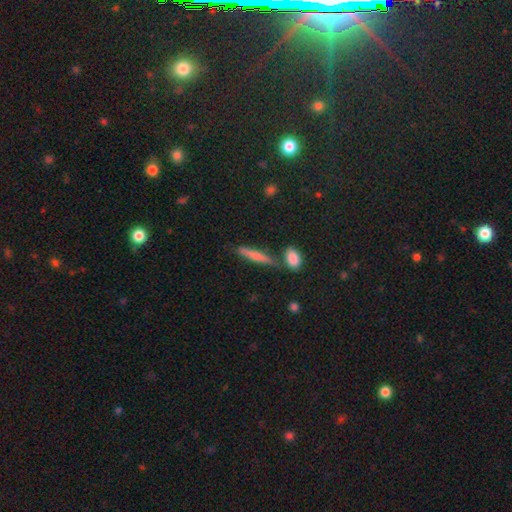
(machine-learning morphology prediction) smooth-or-featured: smooth: 71% | featured or disk: 22% | star or artifact: 7%
  how-rounded: cigar-shaped: 86% | in between: 11% | round: 3%
  merging: none: 76% | minor disturbance: 12% | merger: 9% | major disturbance: 3%